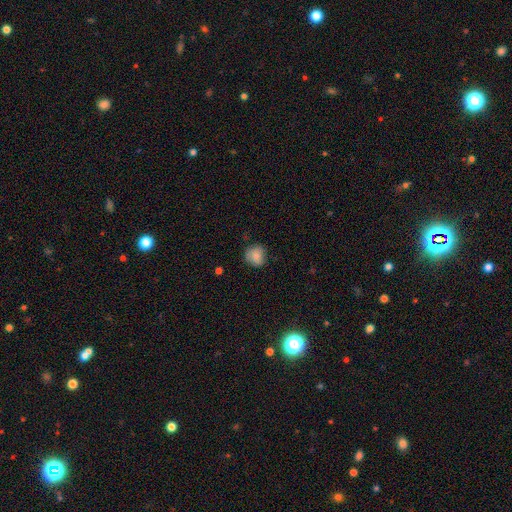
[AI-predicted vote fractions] Morphology: type=smooth (82%); roundness=round (82%); merging=none (73%).